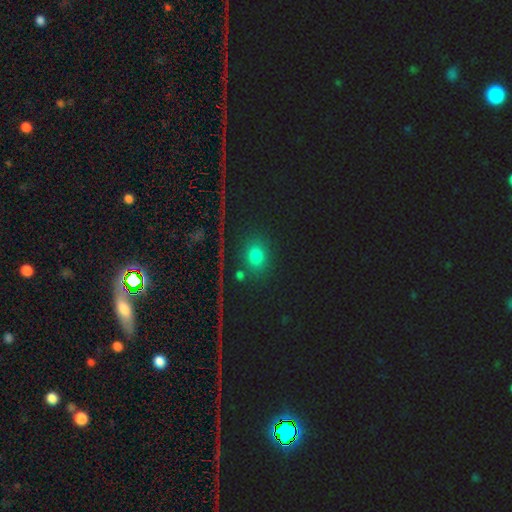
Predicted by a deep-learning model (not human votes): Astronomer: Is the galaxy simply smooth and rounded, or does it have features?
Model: smooth — 64%.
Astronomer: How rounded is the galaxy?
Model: round — 61% (runner-up: in between, 36%).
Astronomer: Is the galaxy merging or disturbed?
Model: none — 81%.